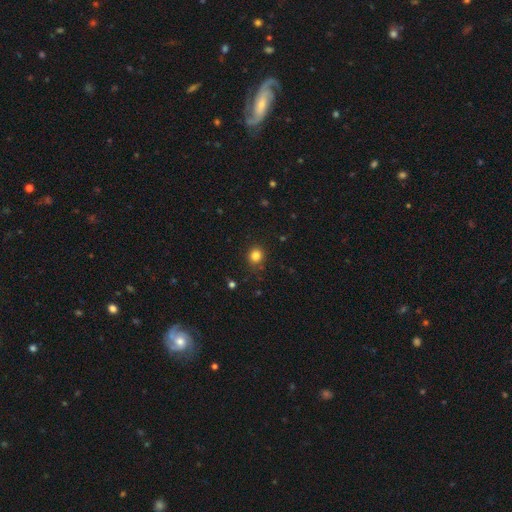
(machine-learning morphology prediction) This is clearly a smooth galaxy (82%). How rounded: clearly round (84%). Merging: clearly none (87%).